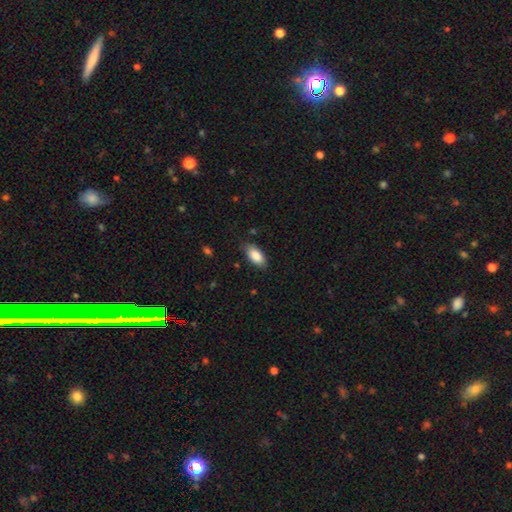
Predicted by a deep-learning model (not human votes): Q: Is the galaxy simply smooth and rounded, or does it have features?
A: smooth — 87%.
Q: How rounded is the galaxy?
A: in between — 91%.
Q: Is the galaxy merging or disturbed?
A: none — 80%.